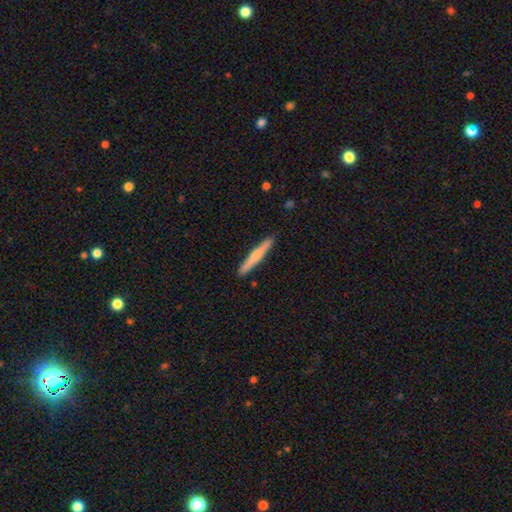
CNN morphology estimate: A smooth galaxy with no disk features (58%) that is cigar-shaped (96%). Merging: none (91%).